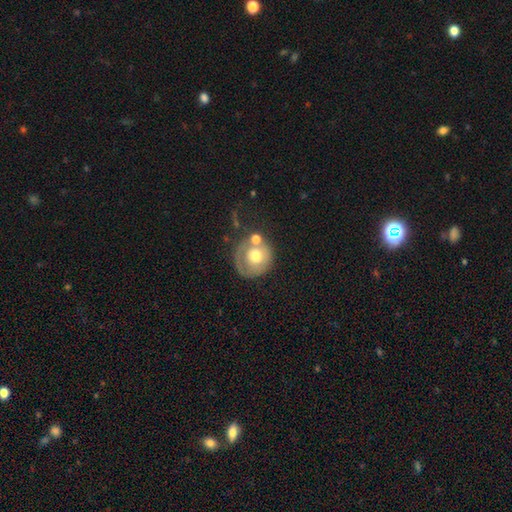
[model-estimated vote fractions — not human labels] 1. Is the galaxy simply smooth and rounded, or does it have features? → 56% smooth, 36% featured or disk, 8% star or artifact.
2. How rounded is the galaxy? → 87% round, 12% in between, 1% cigar-shaped.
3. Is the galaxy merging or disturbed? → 52% none, 19% merger, 18% minor disturbance, 11% major disturbance.